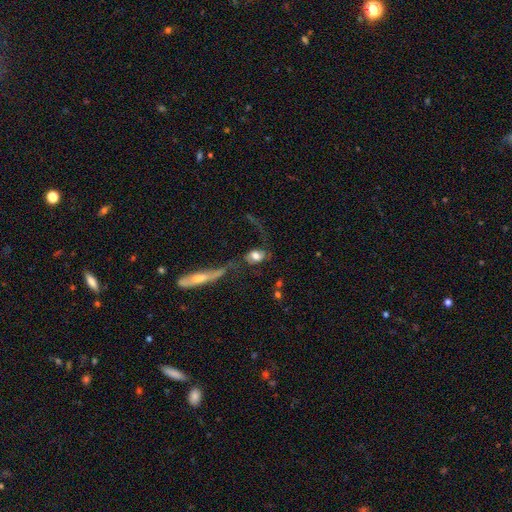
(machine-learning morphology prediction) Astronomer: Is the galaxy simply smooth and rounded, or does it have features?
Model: smooth — 52% (runner-up: featured or disk, 40%).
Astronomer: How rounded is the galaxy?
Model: in between — 72%.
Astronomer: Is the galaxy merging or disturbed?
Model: none — 32% (runner-up: major disturbance, 29%).